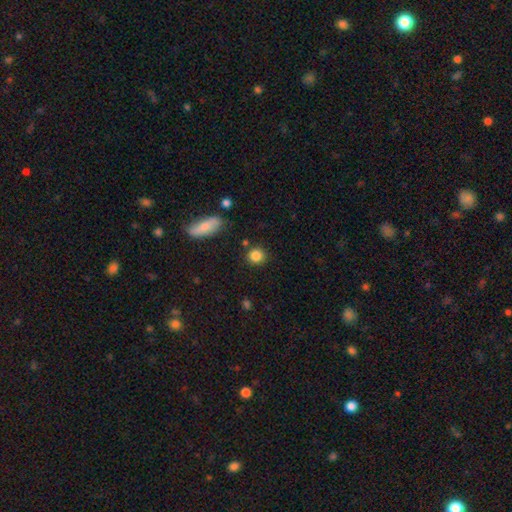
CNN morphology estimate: The model was most divided on "how rounded": round: 86%, in between: 12%, cigar-shaped: 2%. More confident: smooth or featured — smooth (85%); merging — none (85%).